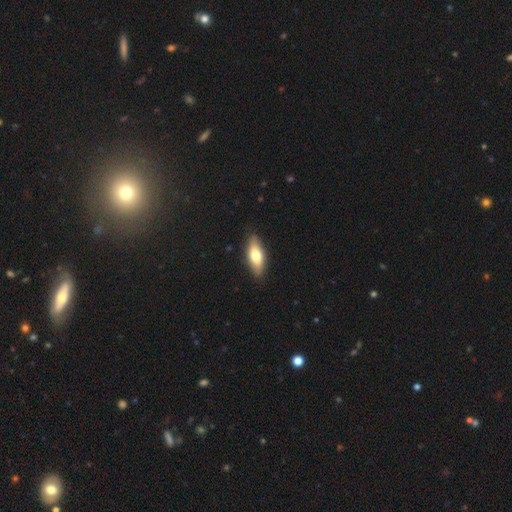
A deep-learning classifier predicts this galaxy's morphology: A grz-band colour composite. It shows a smooth galaxy with no disk features (69%) that is in between round and cigar-shaped (72%). Merging: none (87%).